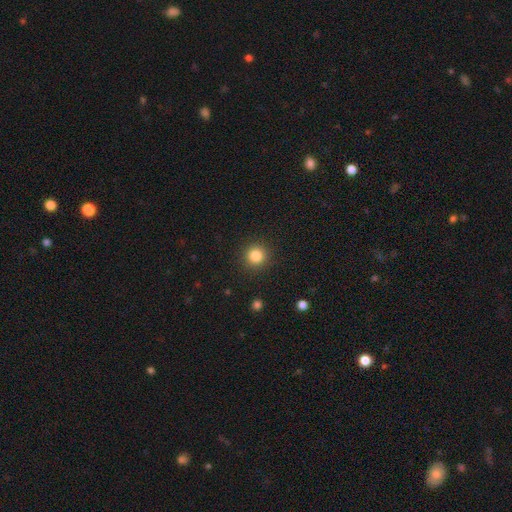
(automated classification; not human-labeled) Smooth or featured? smooth (84%)
How rounded? round (94%)
Merging? none (91%)